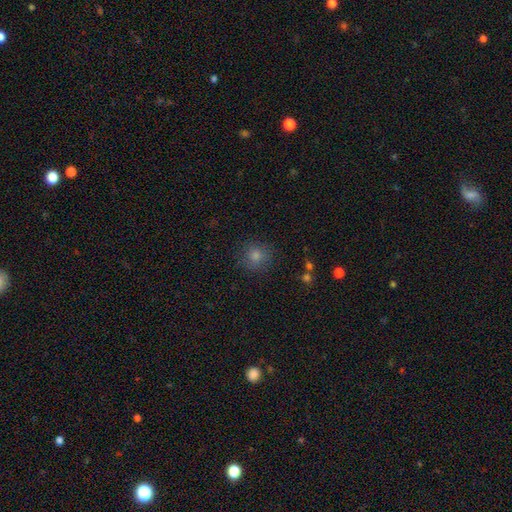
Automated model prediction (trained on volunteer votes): Smooth or featured: smooth — 74% (star or artifact — 20%)
How rounded: round — 92% (in between — 7%)
Merging: none — 88% (minor disturbance — 8%)